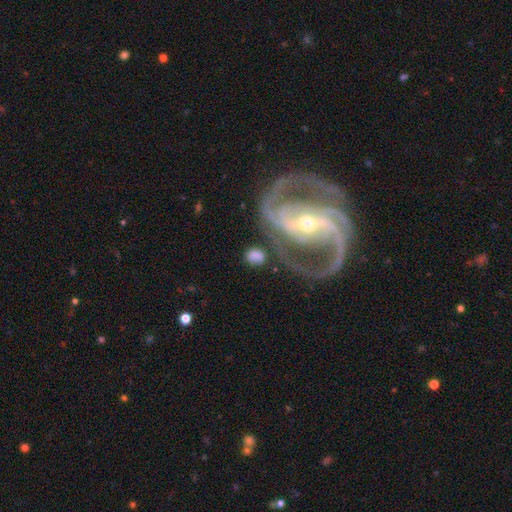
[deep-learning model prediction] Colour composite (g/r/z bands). It shows a smooth galaxy with no disk features (50%) that is in between round and cigar-shaped (49%). Merging: none (61%).